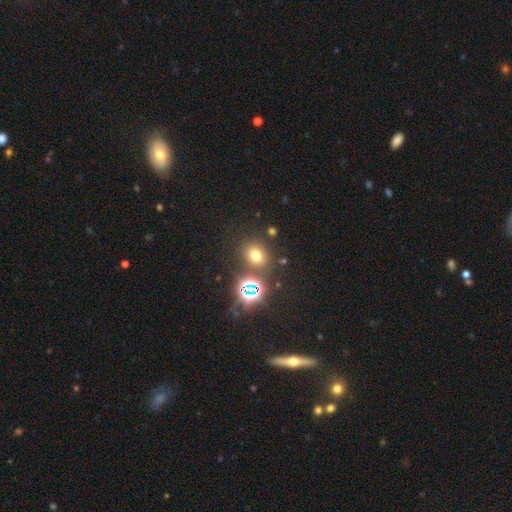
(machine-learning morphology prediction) Q: Smooth or featured?
A: smooth (62%); runner-up: star or artifact (29%)
Q: How rounded?
A: round (64%); runner-up: in between (35%)
Q: Merging?
A: none (79%); runner-up: minor disturbance (9%)